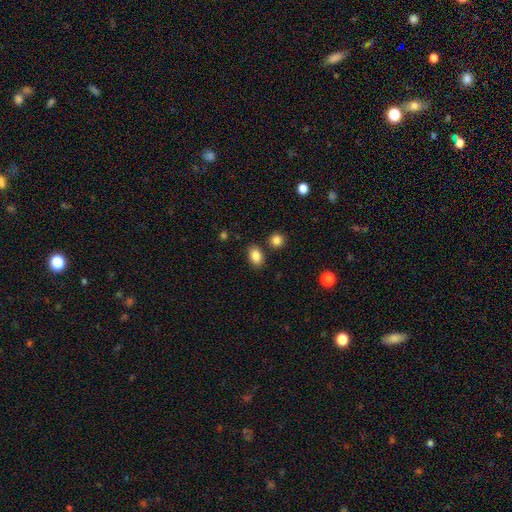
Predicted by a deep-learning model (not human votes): Smooth or featured: smooth — 85% (star or artifact — 9%)
How rounded: in between — 79% (round — 20%)
Merging: none — 83% (minor disturbance — 9%)